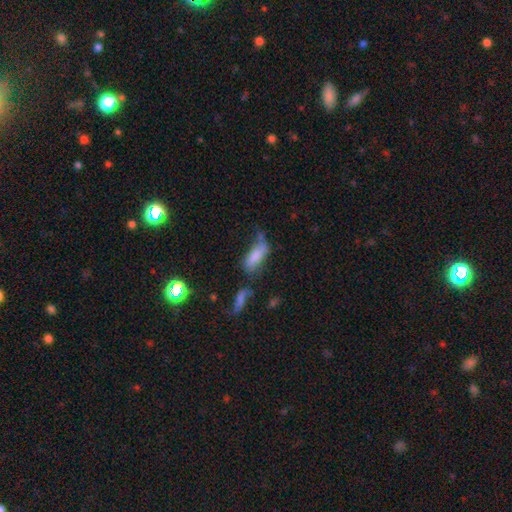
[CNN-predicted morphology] Q: Smooth or featured?
A: smooth (74%); runner-up: featured or disk (17%)
Q: How rounded?
A: in between (75%); runner-up: cigar-shaped (22%)
Q: Merging?
A: none (31%); runner-up: minor disturbance (26%)